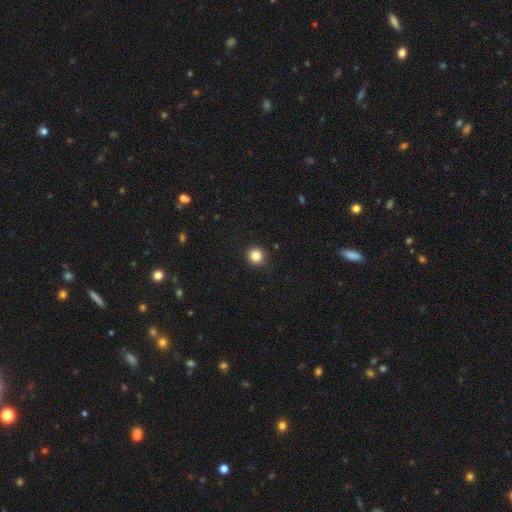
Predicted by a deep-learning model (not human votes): Overall: smooth (85%). How rounded: round (93%). Merging: none (91%).